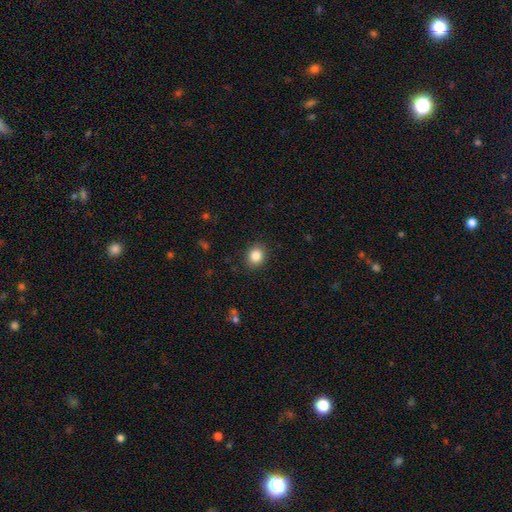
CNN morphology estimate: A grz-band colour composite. It shows a smooth galaxy with no disk features (85%) that is round (65%). Merging: none (89%).